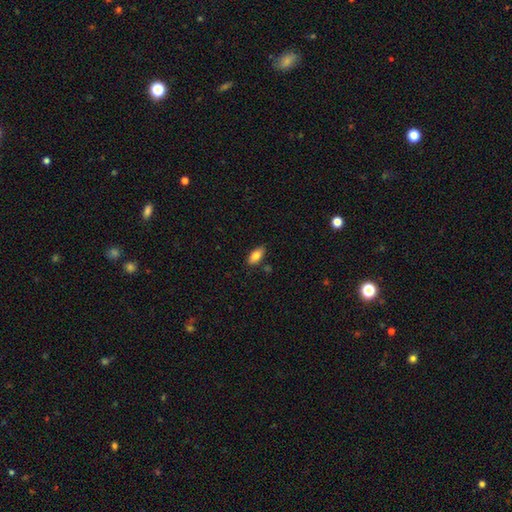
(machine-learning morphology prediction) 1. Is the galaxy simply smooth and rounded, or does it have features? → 82% smooth, 11% featured or disk, 7% star or artifact.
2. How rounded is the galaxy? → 90% in between, 7% cigar-shaped, 3% round.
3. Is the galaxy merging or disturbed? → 83% none, 12% minor disturbance, 3% merger, 2% major disturbance.